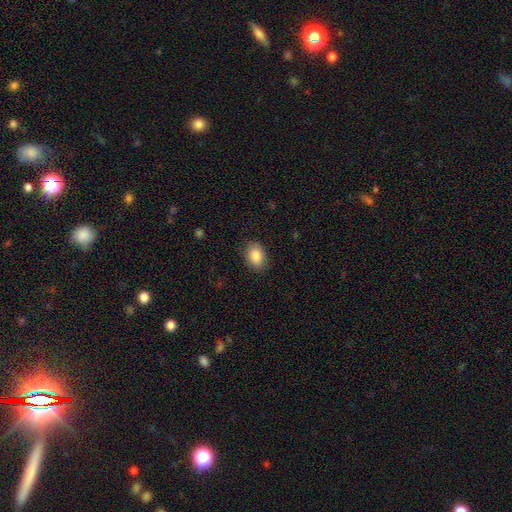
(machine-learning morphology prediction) A smooth galaxy with no disk features (87%) that is in between round and cigar-shaped (80%).

Vote fractions:
- Smooth or featured? smooth: 87% / star or artifact: 7% / featured or disk: 6%
- How rounded? in between: 80% / round: 19% / cigar-shaped: 1%
- Merging? none: 86% / minor disturbance: 10% / major disturbance: 3% / merger: 1%